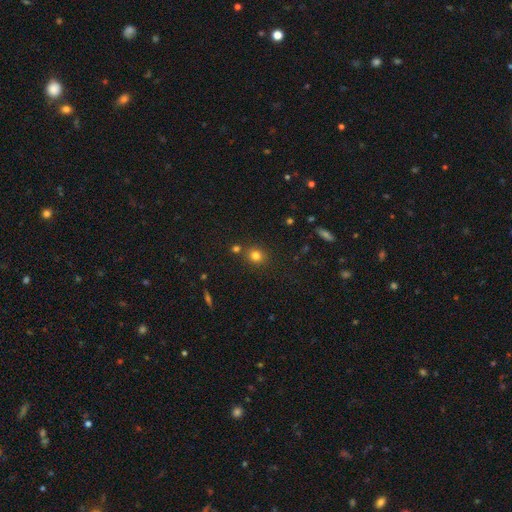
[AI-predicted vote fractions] Smooth or featured? smooth (79%)
How rounded? round (80%)
Merging? none (79%)